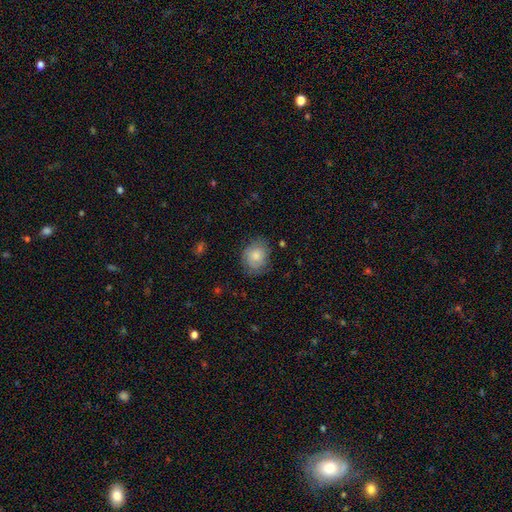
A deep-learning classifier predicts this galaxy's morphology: This is likely a smooth galaxy (75%). How rounded: likely round (64%). Merging: likely none (70%).